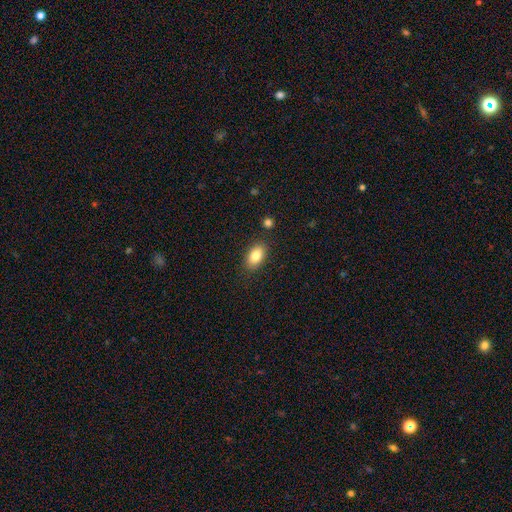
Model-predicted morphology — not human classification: smooth_or_featured: smooth (p=0.83) [alt: featured or disk p=0.09]
how_rounded: in between (p=0.90) [alt: round p=0.08]
merging: none (p=0.85) [alt: minor disturbance p=0.10]